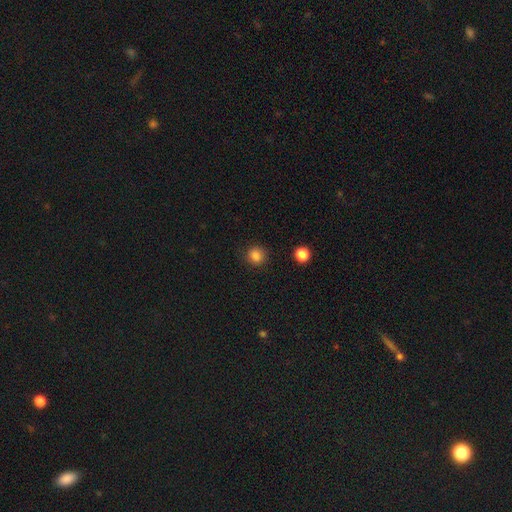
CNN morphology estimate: Smooth or featured: smooth — 84% (star or artifact — 12%)
How rounded: round — 89% (in between — 10%)
Merging: none — 87% (minor disturbance — 8%)